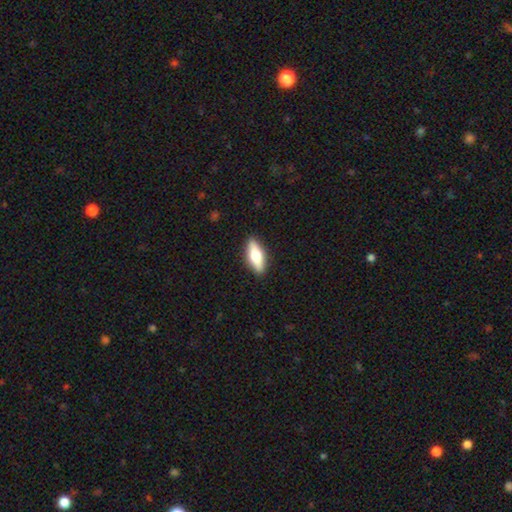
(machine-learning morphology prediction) Smooth or featured? Predicted: smooth (p=0.58). How rounded? Predicted: in between (p=0.61). Merging? Predicted: none (p=0.90).